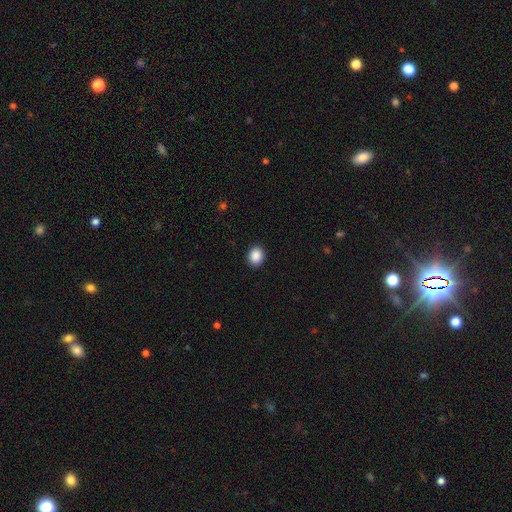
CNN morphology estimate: type=smooth (89%); roundness=round (71%); merging=none (92%).